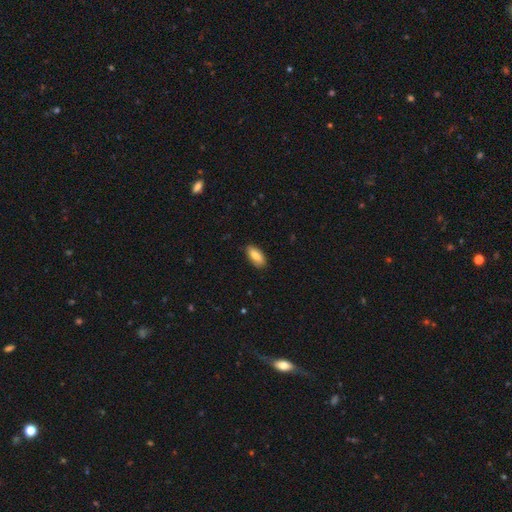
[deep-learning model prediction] Smooth or featured? smooth (85%)
How rounded? in between (86%)
Merging? none (85%)